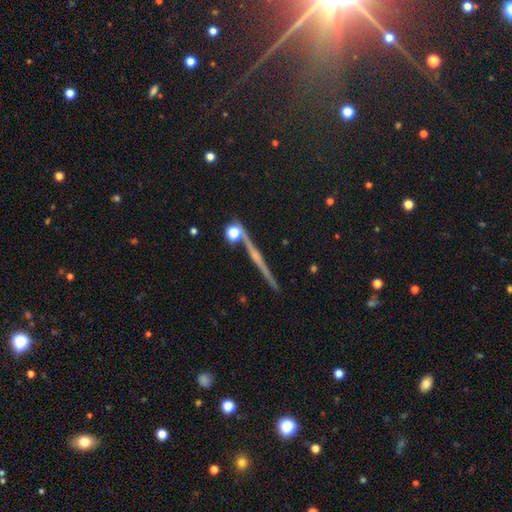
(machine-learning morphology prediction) This appears to be a featured or disk galaxy (62%) viewed edge-on (96%) with no central bulge (52%). Merging: none (86%).